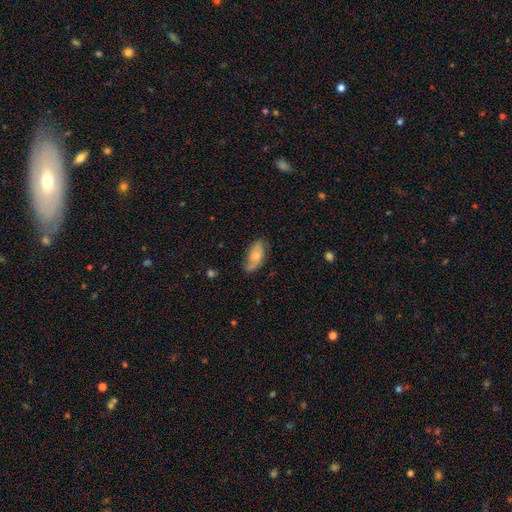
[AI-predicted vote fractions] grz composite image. It shows a smooth galaxy with no disk features (55%) that is in between round and cigar-shaped (90%). Merging: none (66%).